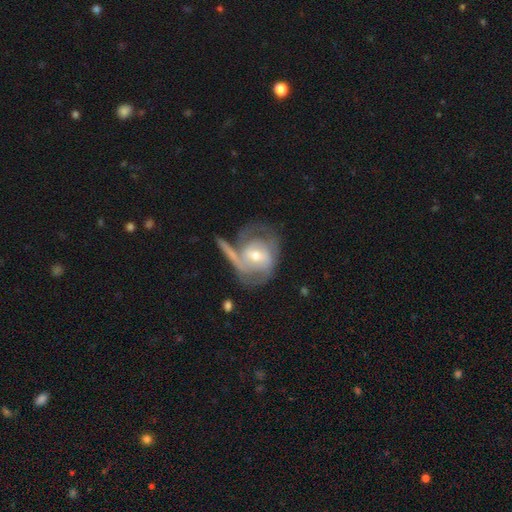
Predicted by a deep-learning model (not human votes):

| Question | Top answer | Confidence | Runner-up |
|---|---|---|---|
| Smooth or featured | featured or disk | 75% | smooth (19%) |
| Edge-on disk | no | 96% | yes (4%) |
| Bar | weak | 48% | no (35%) |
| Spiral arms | yes | 84% | no (16%) |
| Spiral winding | tight | 44% | medium (41%) |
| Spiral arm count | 2 | 45% | can't tell (29%) |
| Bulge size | moderate | 59% | small (35%) |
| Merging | none | 37% | merger (25%) |